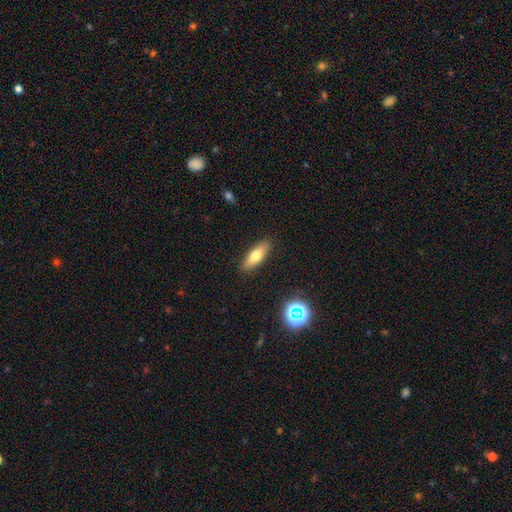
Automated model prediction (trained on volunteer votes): smooth 70%, featured or disk 22%, star or artifact 8%. Down the decision tree: how rounded — in between (53%); merging — none (88%).